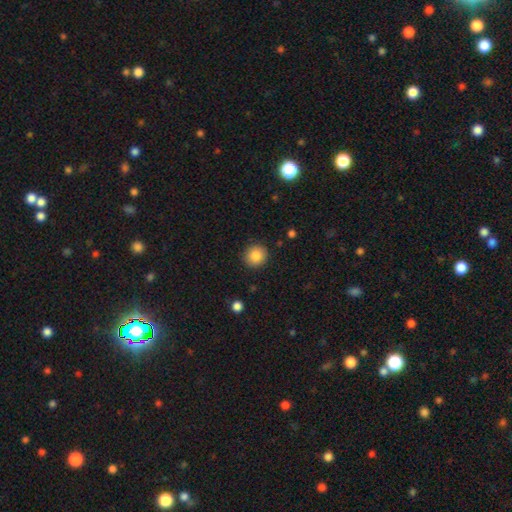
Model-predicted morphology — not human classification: smooth_or_featured: smooth (p=0.86) [alt: star or artifact p=0.09]
how_rounded: round (p=0.91) [alt: in between p=0.08]
merging: none (p=0.91) [alt: minor disturbance p=0.06]